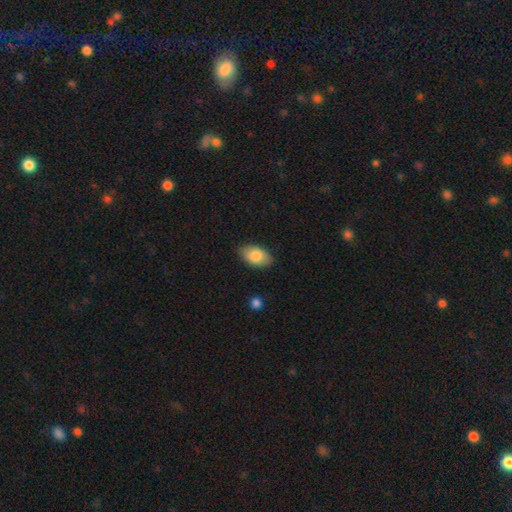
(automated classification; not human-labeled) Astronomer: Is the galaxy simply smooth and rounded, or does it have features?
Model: smooth — 83%.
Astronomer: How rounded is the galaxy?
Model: in between — 93%.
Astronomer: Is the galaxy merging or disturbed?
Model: none — 83%.